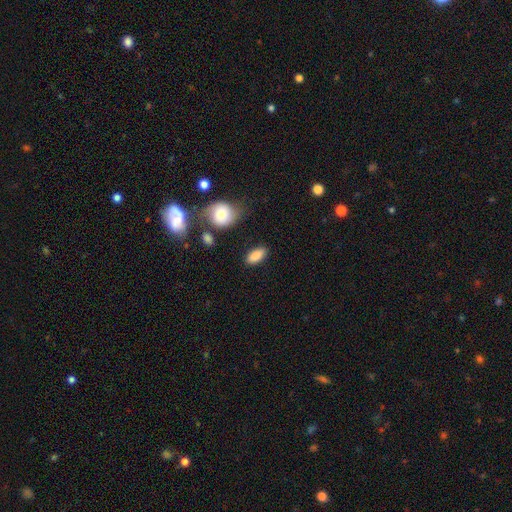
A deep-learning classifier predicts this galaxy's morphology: smooth-or-featured: smooth: 86% | star or artifact: 7% | featured or disk: 7%
  how-rounded: in between: 89% | cigar-shaped: 7% | round: 4%
  merging: none: 83% | minor disturbance: 11% | major disturbance: 3% | merger: 3%